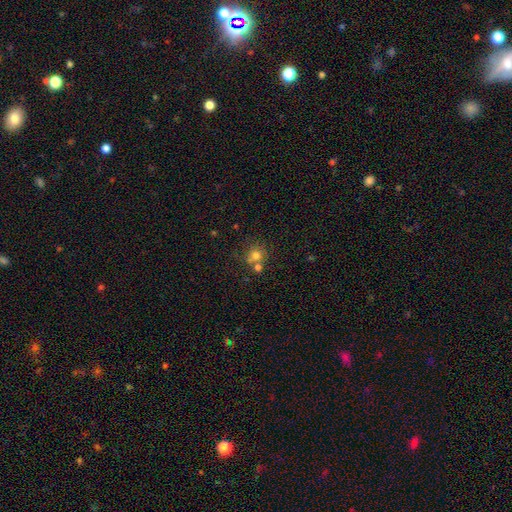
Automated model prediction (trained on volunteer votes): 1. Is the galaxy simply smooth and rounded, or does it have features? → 72% smooth, 15% star or artifact, 13% featured or disk.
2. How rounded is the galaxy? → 84% round, 15% in between, 1% cigar-shaped.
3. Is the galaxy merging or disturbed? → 52% none, 34% merger, 10% minor disturbance, 4% major disturbance.